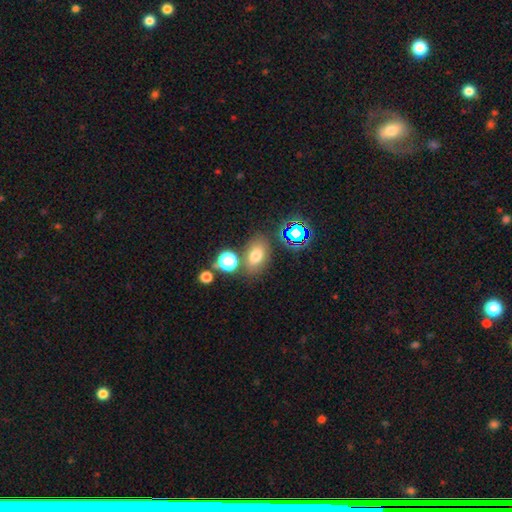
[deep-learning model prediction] Smooth or featured? smooth (69%)
How rounded? in between (77%)
Merging? none (72%)